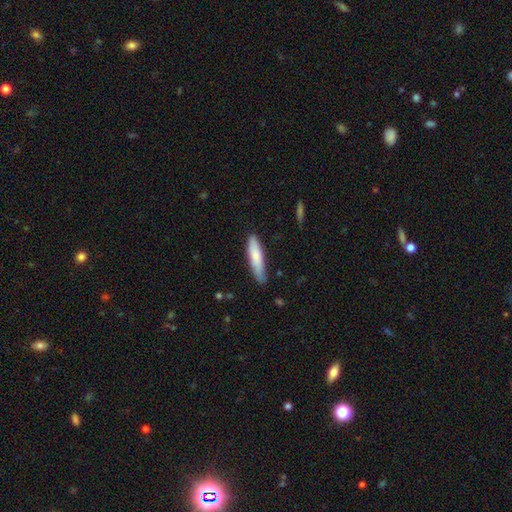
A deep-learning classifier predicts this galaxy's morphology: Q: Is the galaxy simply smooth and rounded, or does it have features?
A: smooth — 78%.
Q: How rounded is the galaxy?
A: cigar-shaped — 78%.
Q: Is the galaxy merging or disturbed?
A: none — 78%.